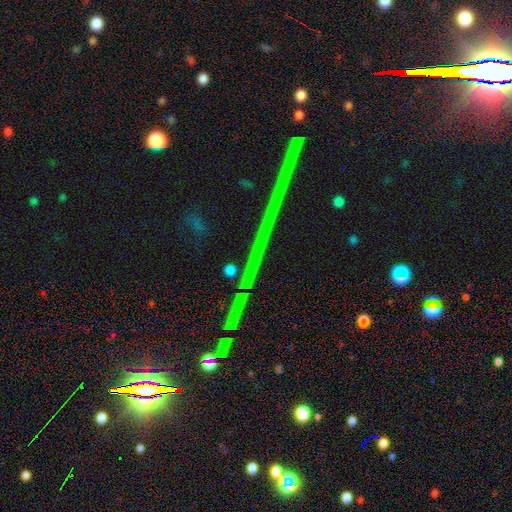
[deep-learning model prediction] Smooth or featured? Predicted: star or artifact (p=0.76).